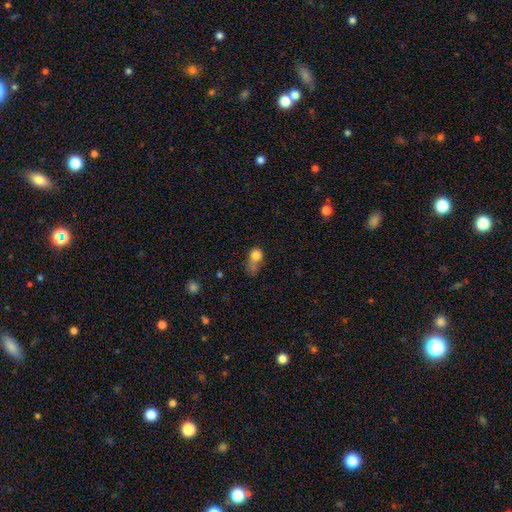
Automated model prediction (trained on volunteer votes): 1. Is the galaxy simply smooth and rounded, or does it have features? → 77% smooth, 12% featured or disk, 11% star or artifact.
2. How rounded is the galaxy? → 59% round, 39% in between, 2% cigar-shaped.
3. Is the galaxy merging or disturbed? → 28% major disturbance, 25% merger, 25% none, 21% minor disturbance.